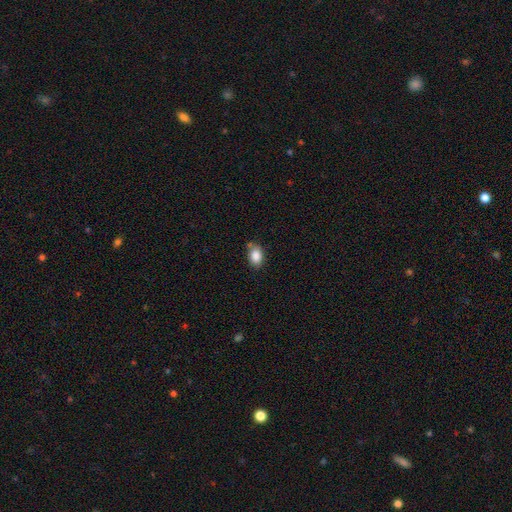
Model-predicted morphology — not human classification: Smooth or featured: smooth — 87% (star or artifact — 8%)
How rounded: in between — 82% (round — 17%)
Merging: none — 73% (minor disturbance — 17%)